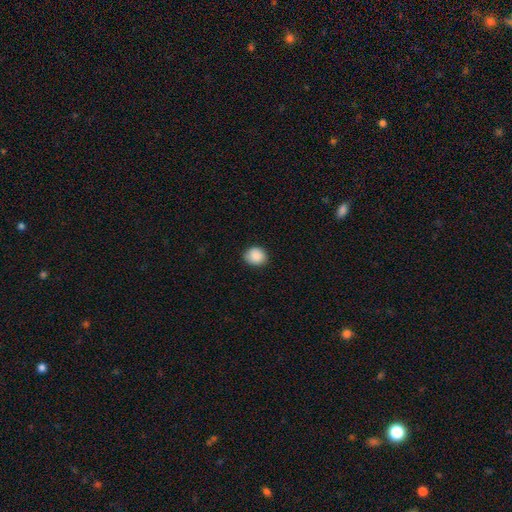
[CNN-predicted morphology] Smooth or featured: smooth — 89% (star or artifact — 8%)
How rounded: round — 72% (in between — 28%)
Merging: none — 87% (minor disturbance — 10%)